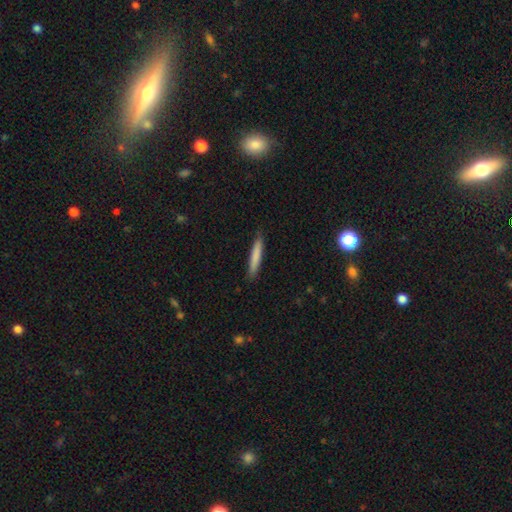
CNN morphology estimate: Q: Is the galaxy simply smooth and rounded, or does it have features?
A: smooth — 79%.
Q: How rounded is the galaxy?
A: cigar-shaped — 93%.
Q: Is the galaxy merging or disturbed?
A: none — 86%.